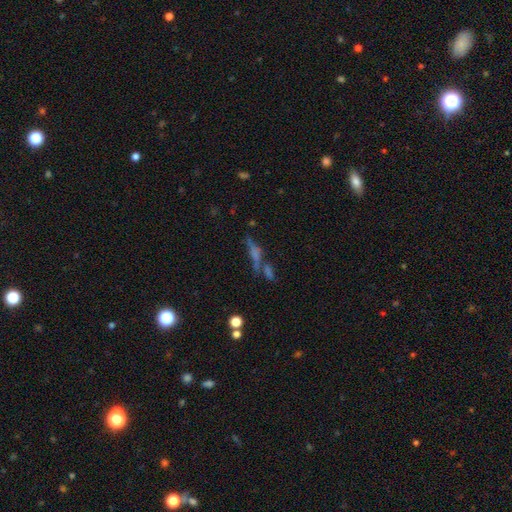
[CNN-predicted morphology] Overall: featured or disk (37%, tied with smooth). Merging: none (49%; merger 29%).